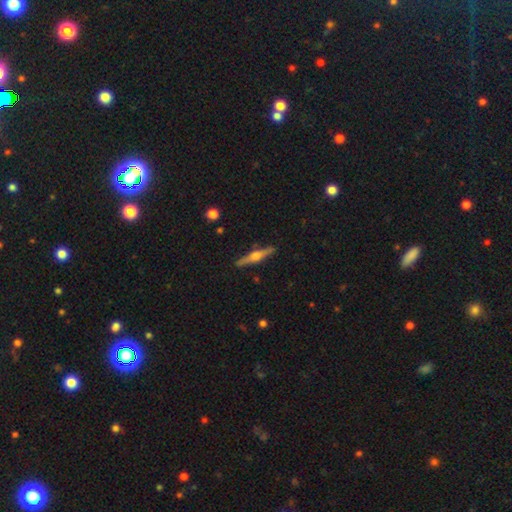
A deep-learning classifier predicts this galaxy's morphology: Q: Smooth or featured?
A: featured or disk (73%); runner-up: smooth (22%)
Q: Edge-on disk?
A: yes (98%); runner-up: no (2%)
Q: Edge-on bulge?
A: rounded (91%); runner-up: boxy (6%)
Q: Merging?
A: none (90%); runner-up: minor disturbance (7%)